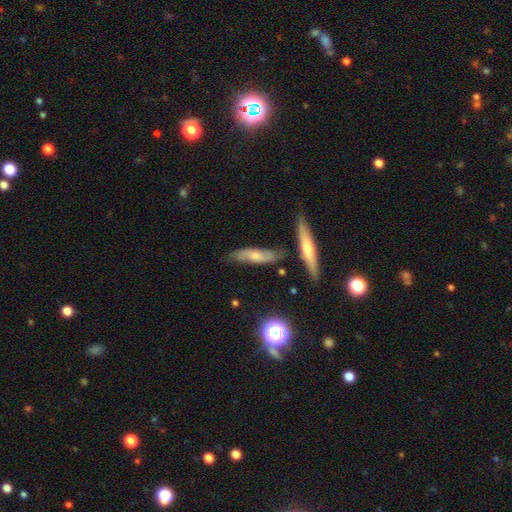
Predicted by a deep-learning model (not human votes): Smooth or featured? smooth (48%)
Merging? none (73%)